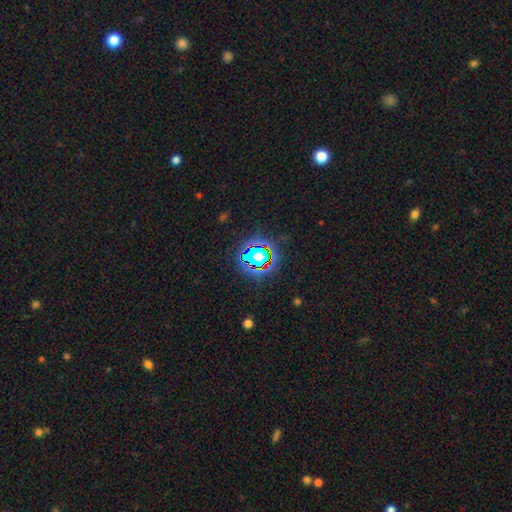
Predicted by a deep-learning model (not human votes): Morphology: type=star or artifact (76%).